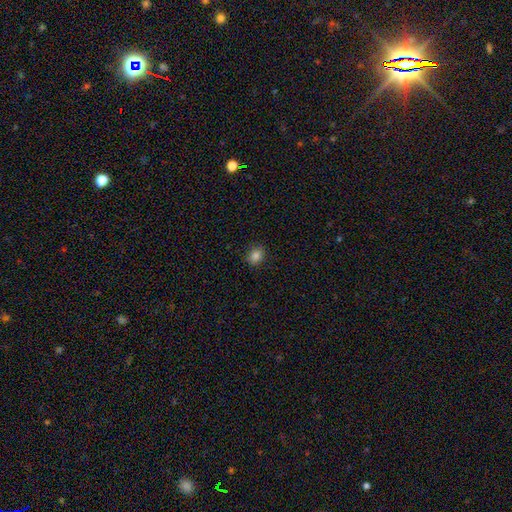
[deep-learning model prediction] Q: Smooth or featured?
A: smooth (85%); runner-up: star or artifact (11%)
Q: How rounded?
A: round (59%); runner-up: in between (40%)
Q: Merging?
A: none (89%); runner-up: minor disturbance (8%)